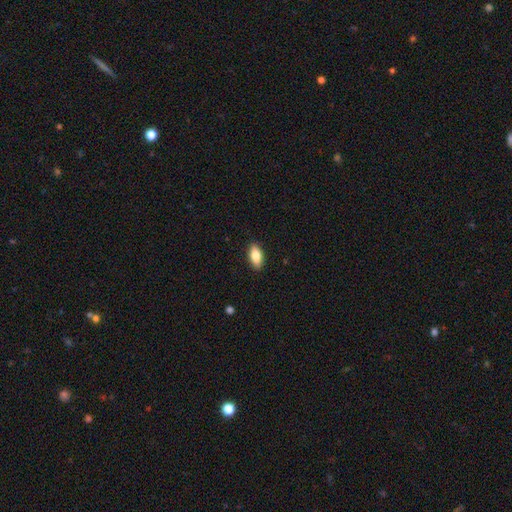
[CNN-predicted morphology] Smooth or featured? smooth (82%)
How rounded? in between (88%)
Merging? none (89%)